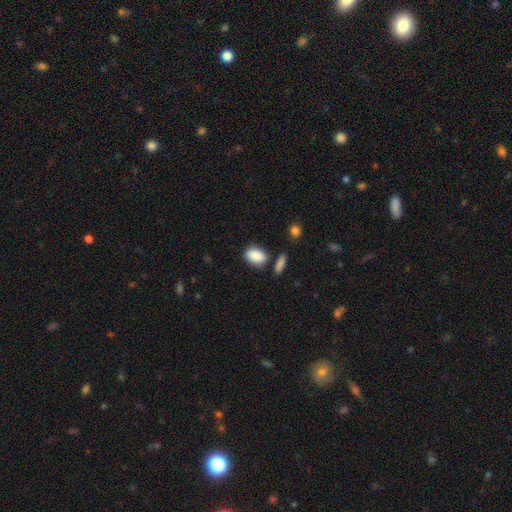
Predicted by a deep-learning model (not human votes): Overall: smooth (89%). How rounded: in between (84%). Merging: none (74%).